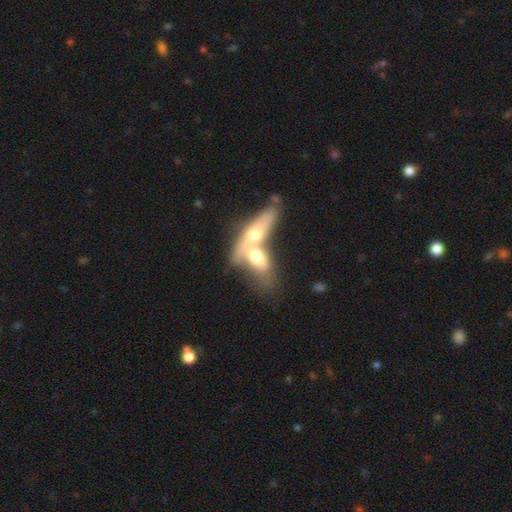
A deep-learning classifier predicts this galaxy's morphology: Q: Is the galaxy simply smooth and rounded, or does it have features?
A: smooth — 54%.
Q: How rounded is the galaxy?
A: in between — 66%.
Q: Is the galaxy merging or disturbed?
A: merger — 78%.